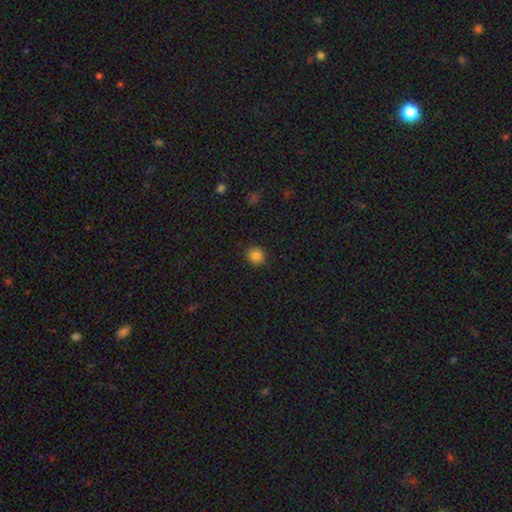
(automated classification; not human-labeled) The model was most divided on "smooth or featured": smooth: 84%, star or artifact: 11%, featured or disk: 4%. More confident: how rounded — round (92%); merging — none (90%).